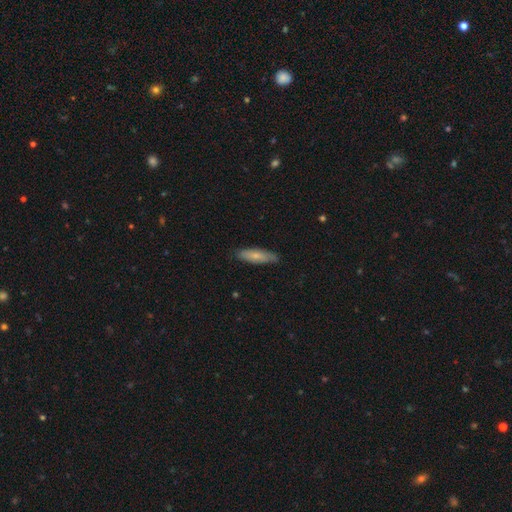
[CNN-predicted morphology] A smooth galaxy with no disk features (69%) that is cigar-shaped (58%).

Vote fractions:
- Smooth or featured? smooth: 69% / featured or disk: 26% / star or artifact: 6%
- How rounded? cigar-shaped: 58% / in between: 41% / round: 2%
- Merging? none: 80% / minor disturbance: 17% / major disturbance: 2% / merger: 1%